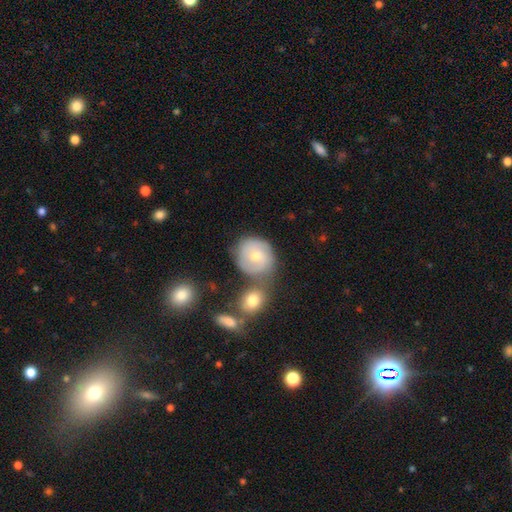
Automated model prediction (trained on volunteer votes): smooth-or-featured: featured or disk: 47% | smooth: 45% | star or artifact: 8%
  merging: none: 52% | merger: 24% | minor disturbance: 17% | major disturbance: 6%